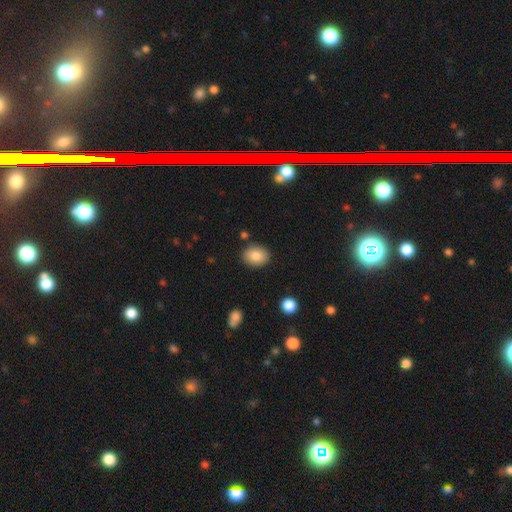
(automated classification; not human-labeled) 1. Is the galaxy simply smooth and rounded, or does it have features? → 84% smooth, 8% star or artifact, 7% featured or disk.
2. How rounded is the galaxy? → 57% in between, 42% round, 1% cigar-shaped.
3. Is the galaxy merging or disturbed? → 86% none, 9% minor disturbance, 3% merger, 2% major disturbance.